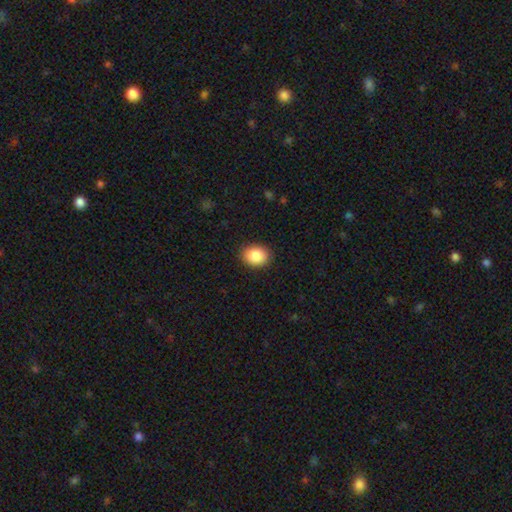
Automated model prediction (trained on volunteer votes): smooth-or-featured: smooth: 87% | star or artifact: 8% | featured or disk: 5%
  how-rounded: in between: 55% | round: 45% | cigar-shaped: 1%
  merging: none: 90% | minor disturbance: 8% | major disturbance: 2% | merger: 1%